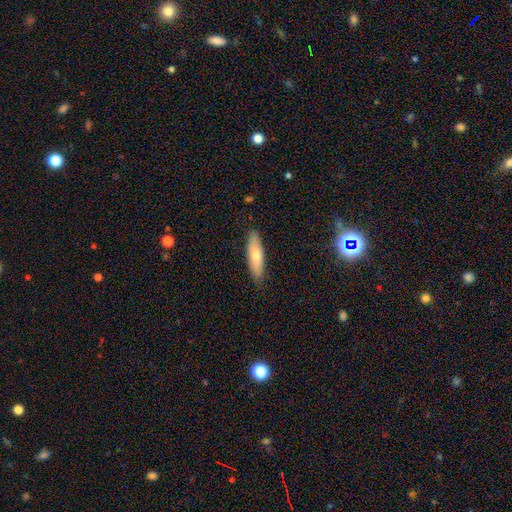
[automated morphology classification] The model was most divided on "how rounded": cigar-shaped: 61%, in between: 37%, round: 2%. More confident: merging — none (86%); smooth or featured — smooth (69%).